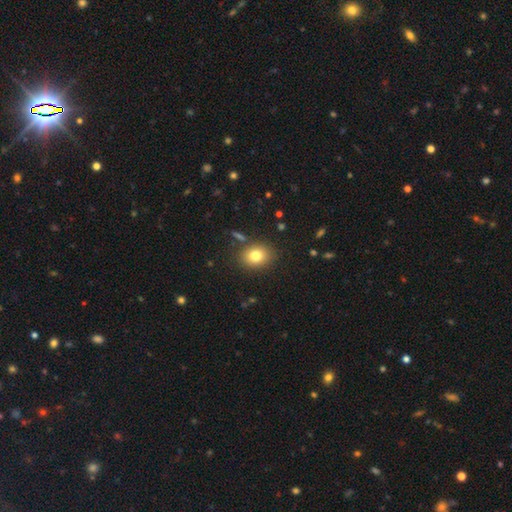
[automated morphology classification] Q: Smooth or featured?
A: smooth (79%); runner-up: star or artifact (11%)
Q: How rounded?
A: in between (50%); runner-up: round (49%)
Q: Merging?
A: none (84%); runner-up: minor disturbance (9%)